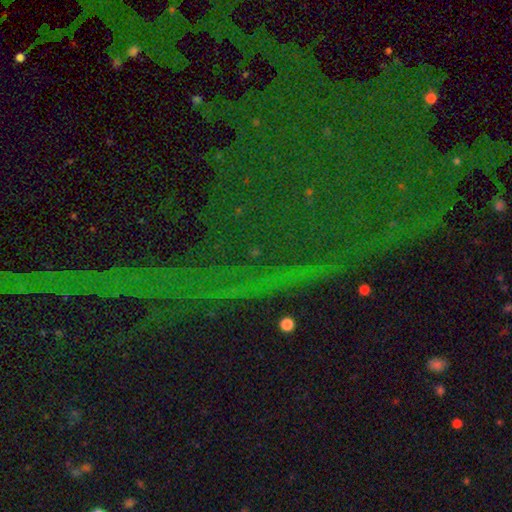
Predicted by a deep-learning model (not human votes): A star or artifact, not a galaxy (83%).

Vote fractions:
- Smooth or featured? star or artifact: 83% / featured or disk: 9% / smooth: 8%